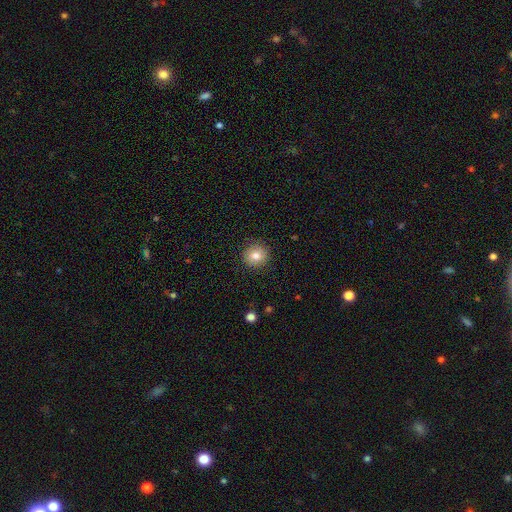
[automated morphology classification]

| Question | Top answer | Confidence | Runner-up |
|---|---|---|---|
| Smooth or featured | smooth | 80% | star or artifact (10%) |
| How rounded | round | 92% | in between (7%) |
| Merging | none | 90% | minor disturbance (7%) |